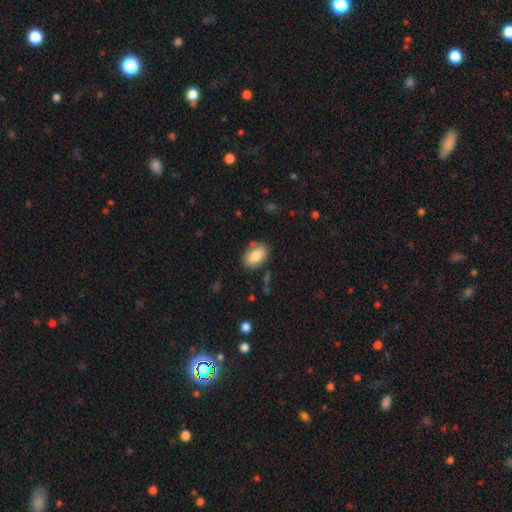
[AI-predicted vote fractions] smooth_or_featured: smooth (p=0.82) [alt: featured or disk p=0.11]
how_rounded: in between (p=0.86) [alt: round p=0.13]
merging: none (p=0.78) [alt: minor disturbance p=0.14]